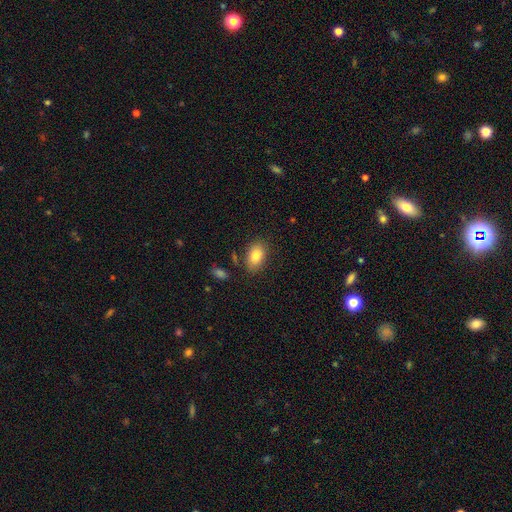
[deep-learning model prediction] smooth-or-featured: smooth: 82% | featured or disk: 10% | star or artifact: 8%
  how-rounded: in between: 86% | round: 12% | cigar-shaped: 1%
  merging: none: 81% | minor disturbance: 12% | merger: 3% | major disturbance: 3%